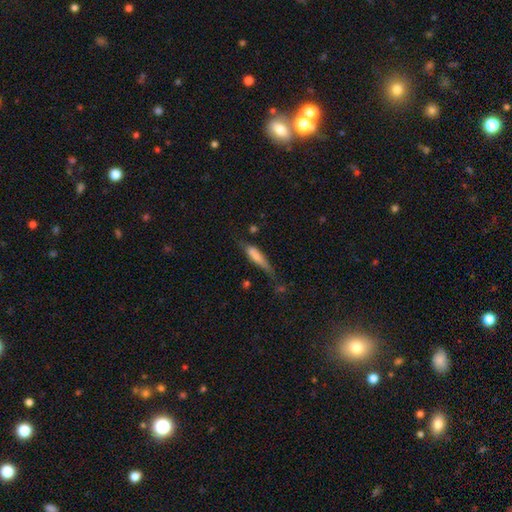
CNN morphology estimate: A smooth galaxy with no disk features (63%) that is cigar-shaped (73%). Merging: none (41%).